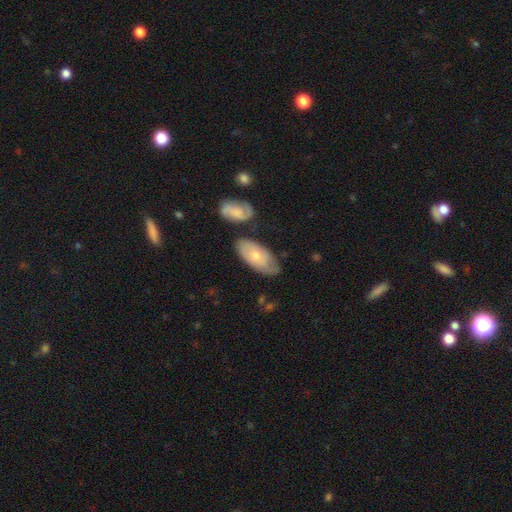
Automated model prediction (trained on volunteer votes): Overall: smooth (60%; featured or disk 35%). How rounded: in between (91%). Merging: none (62%; minor disturbance 25%).